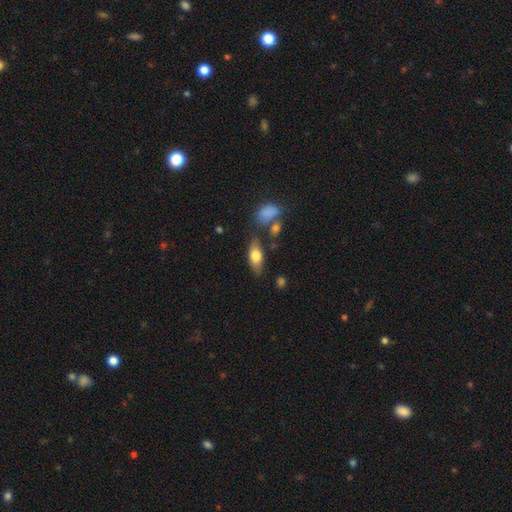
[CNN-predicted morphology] Smooth or featured? Predicted: smooth (p=0.69). How rounded? Predicted: in between (p=0.80). Merging? Predicted: none (p=0.73).